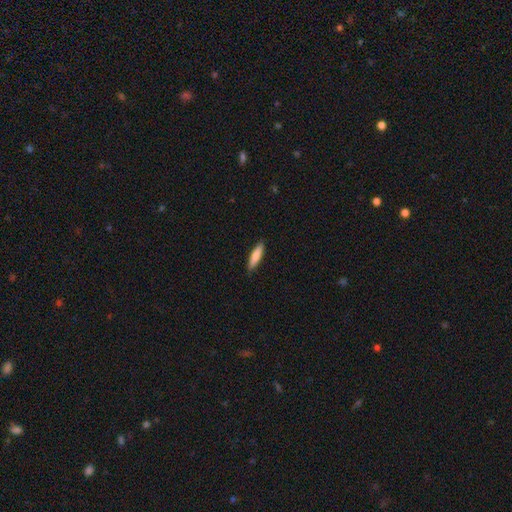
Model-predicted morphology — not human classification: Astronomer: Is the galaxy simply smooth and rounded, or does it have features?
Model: smooth — 78%.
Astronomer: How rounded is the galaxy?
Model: cigar-shaped — 76%.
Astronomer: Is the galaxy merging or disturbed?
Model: none — 89%.